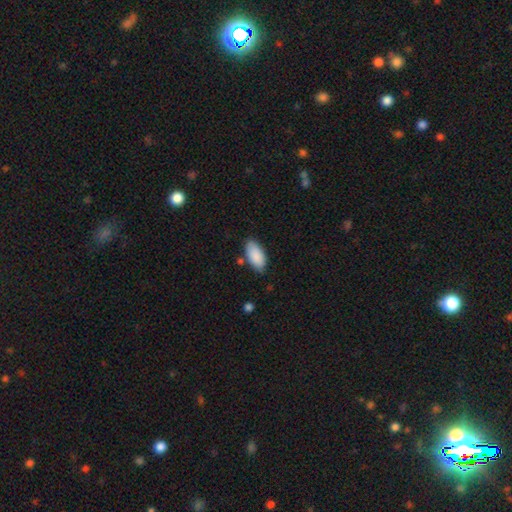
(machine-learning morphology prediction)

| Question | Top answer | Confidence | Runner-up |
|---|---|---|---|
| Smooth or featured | smooth | 89% | star or artifact (6%) |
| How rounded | in between | 93% | cigar-shaped (5%) |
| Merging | none | 78% | minor disturbance (16%) |